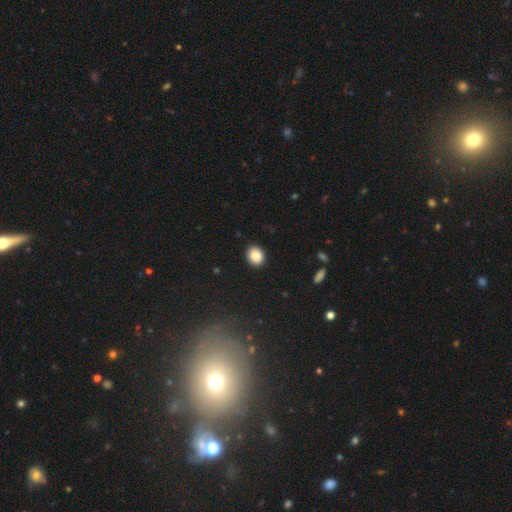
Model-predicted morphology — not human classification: Smooth or featured? smooth (86%)
How rounded? round (53%)
Merging? none (91%)